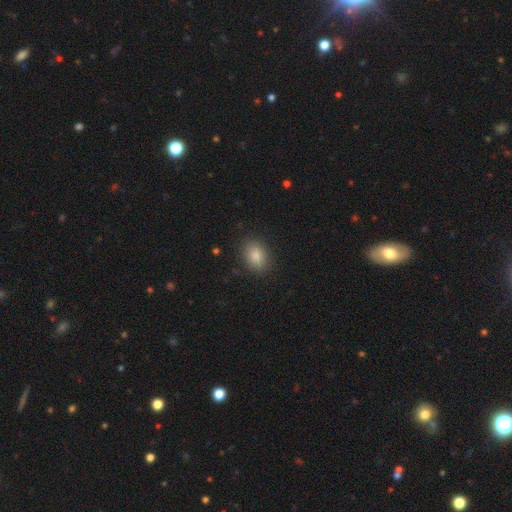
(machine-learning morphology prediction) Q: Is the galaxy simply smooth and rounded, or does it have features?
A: smooth — 85%.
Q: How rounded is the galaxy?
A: in between — 70%.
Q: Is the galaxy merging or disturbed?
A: none — 86%.